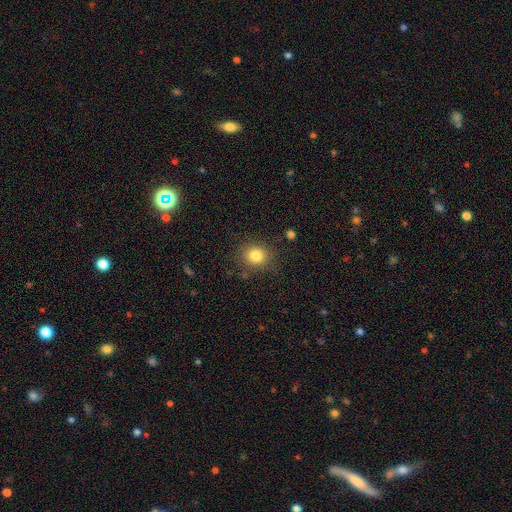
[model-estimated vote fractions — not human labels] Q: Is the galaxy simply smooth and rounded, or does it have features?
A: smooth — 82%.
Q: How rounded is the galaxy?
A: round — 82%.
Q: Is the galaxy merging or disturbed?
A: none — 86%.